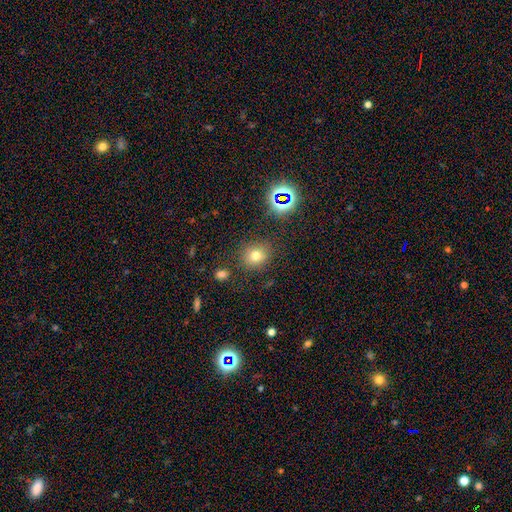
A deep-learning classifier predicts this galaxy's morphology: smooth-or-featured: smooth: 70% | star or artifact: 20% | featured or disk: 9%
  how-rounded: round: 78% | in between: 21% | cigar-shaped: 1%
  merging: none: 82% | minor disturbance: 10% | major disturbance: 4% | merger: 3%